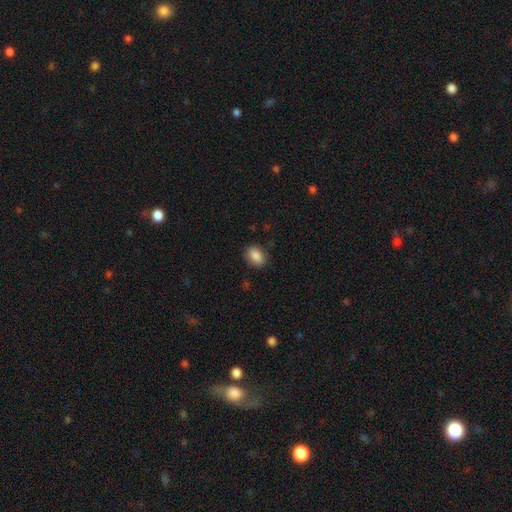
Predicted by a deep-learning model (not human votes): smooth 87%, star or artifact 8%, featured or disk 5%. Down the decision tree: how rounded — in between (73%); merging — none (85%).